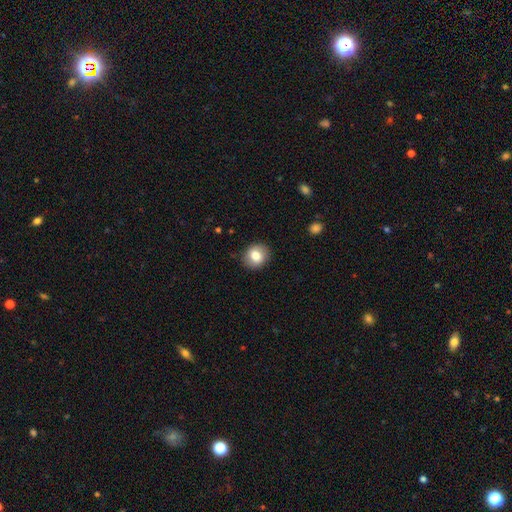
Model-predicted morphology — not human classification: Smooth or featured: smooth — 79% (featured or disk — 13%)
How rounded: round — 73% (in between — 26%)
Merging: none — 87% (minor disturbance — 9%)